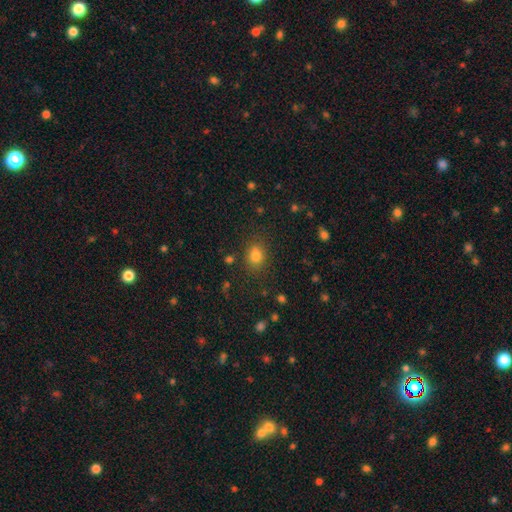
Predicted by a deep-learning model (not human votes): Morphology: type=smooth (78%); roundness=round (56%); merging=none (79%).